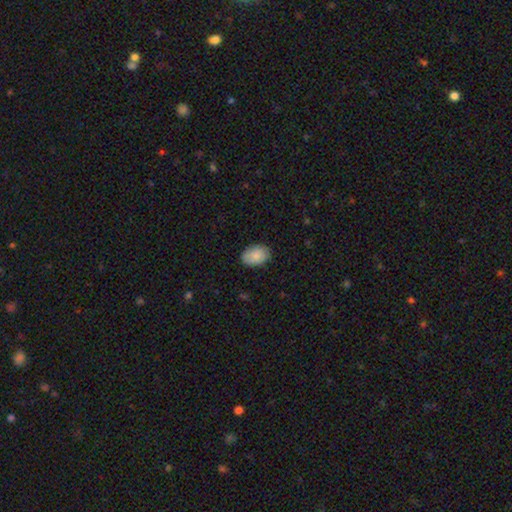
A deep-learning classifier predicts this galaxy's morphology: This appears to be a smooth galaxy with no disk features (88%) that is in between round and cigar-shaped (86%). Merging: none (84%).